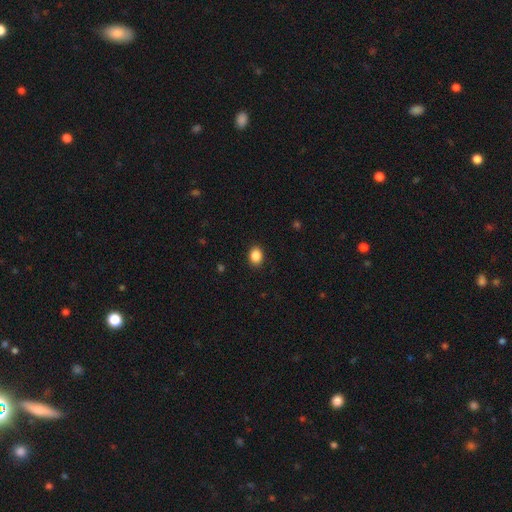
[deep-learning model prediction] This appears to be a smooth galaxy with no disk features (88%) that is in between round and cigar-shaped (57%). Merging: none (90%).